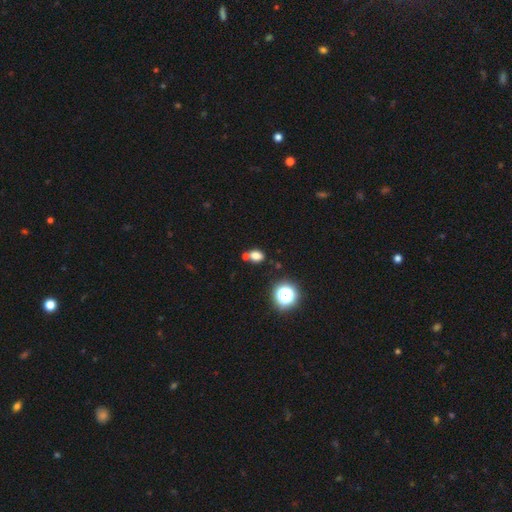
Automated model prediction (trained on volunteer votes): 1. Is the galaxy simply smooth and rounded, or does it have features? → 75% smooth, 17% star or artifact, 8% featured or disk.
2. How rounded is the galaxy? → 67% in between, 32% round, 1% cigar-shaped.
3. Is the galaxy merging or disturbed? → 65% none, 19% merger, 12% minor disturbance, 4% major disturbance.